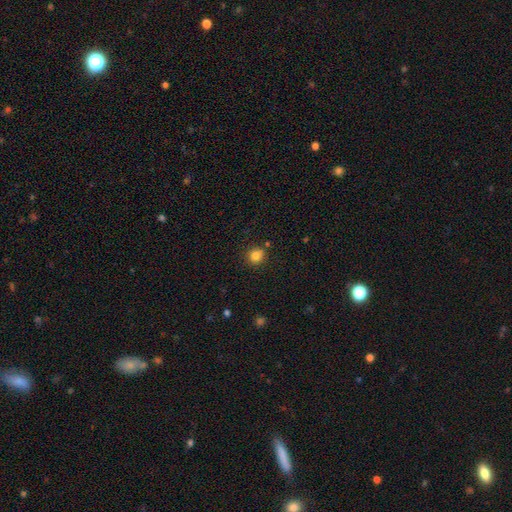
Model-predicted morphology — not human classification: type=smooth (82%); roundness=round (83%); merging=none (77%).